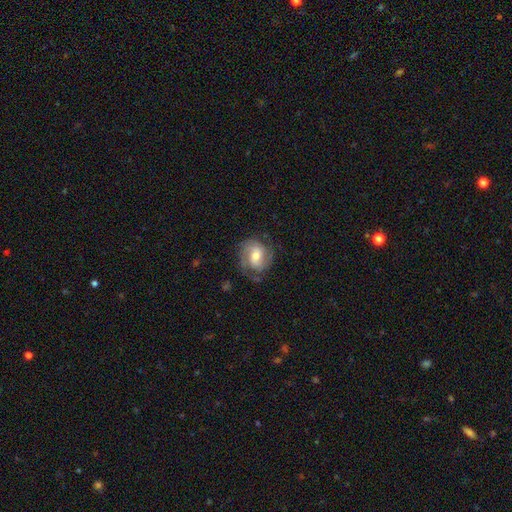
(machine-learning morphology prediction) featured or disk 72%, smooth 22%, star or artifact 6%. Down the decision tree: edge-on disk — no (97%); bar — weak (43%); spiral arms — yes (92%); spiral arm count — 2 (76%); spiral winding — medium (44%); bulge size — moderate (62%); merging — none (69%).